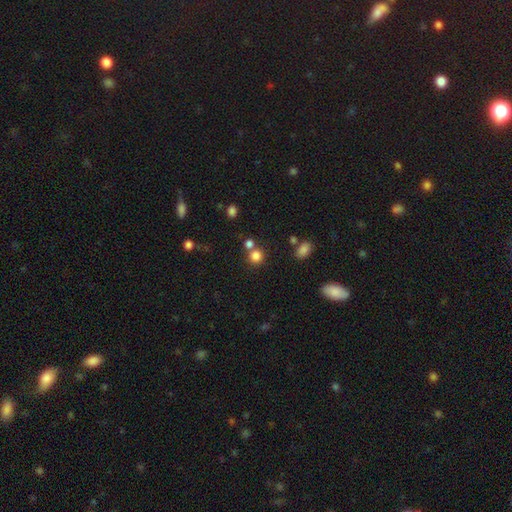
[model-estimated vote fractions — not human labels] This appears to be a smooth galaxy with no disk features (81%) that is round (89%). Merging: none (65%).